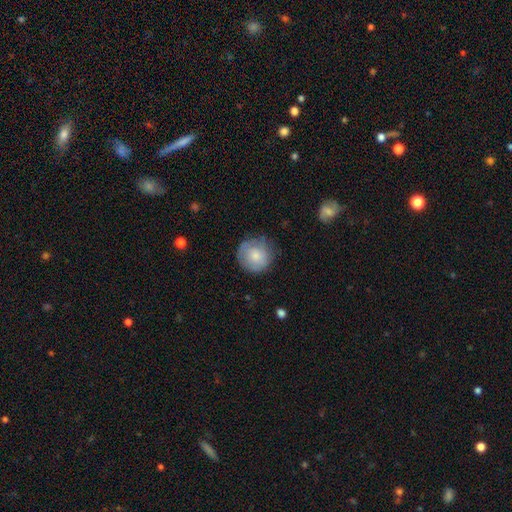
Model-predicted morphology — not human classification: Overall: smooth (75%). How rounded: round (92%). Merging: none (72%).